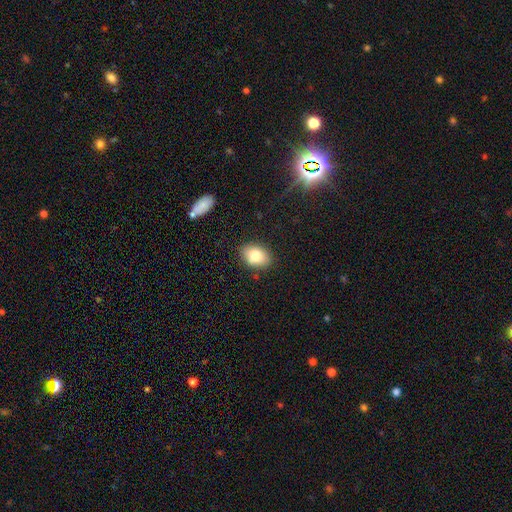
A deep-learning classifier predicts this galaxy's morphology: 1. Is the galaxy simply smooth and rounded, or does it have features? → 79% smooth, 12% featured or disk, 9% star or artifact.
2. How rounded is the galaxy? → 76% in between, 23% round, 1% cigar-shaped.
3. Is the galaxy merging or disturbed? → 79% none, 14% minor disturbance, 4% merger, 3% major disturbance.